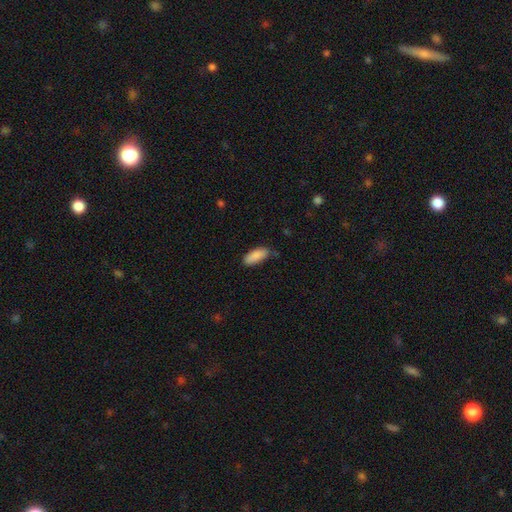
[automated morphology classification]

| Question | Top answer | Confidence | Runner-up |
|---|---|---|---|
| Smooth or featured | smooth | 88% | star or artifact (6%) |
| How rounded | in between | 81% | cigar-shaped (18%) |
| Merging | none | 73% | minor disturbance (21%) |